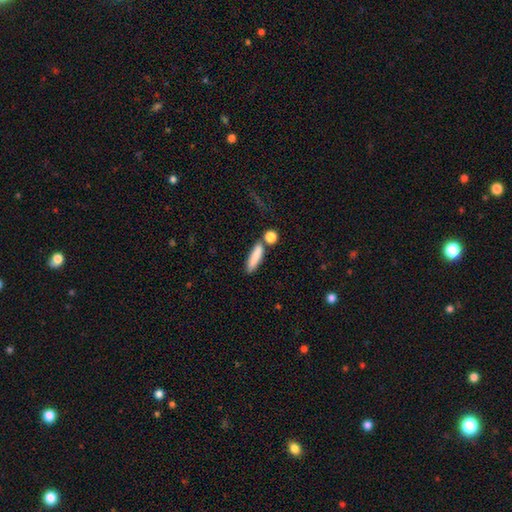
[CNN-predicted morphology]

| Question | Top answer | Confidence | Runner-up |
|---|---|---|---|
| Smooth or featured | smooth | 82% | featured or disk (11%) |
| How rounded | cigar-shaped | 67% | in between (29%) |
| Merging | none | 69% | merger (13%) |